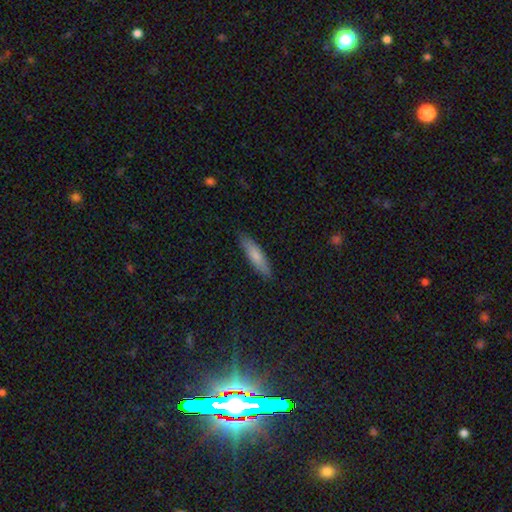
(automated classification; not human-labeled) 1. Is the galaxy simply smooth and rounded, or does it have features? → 77% smooth, 17% featured or disk, 6% star or artifact.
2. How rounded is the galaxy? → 73% cigar-shaped, 26% in between, 2% round.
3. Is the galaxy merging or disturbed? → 86% none, 11% minor disturbance, 2% major disturbance, 1% merger.